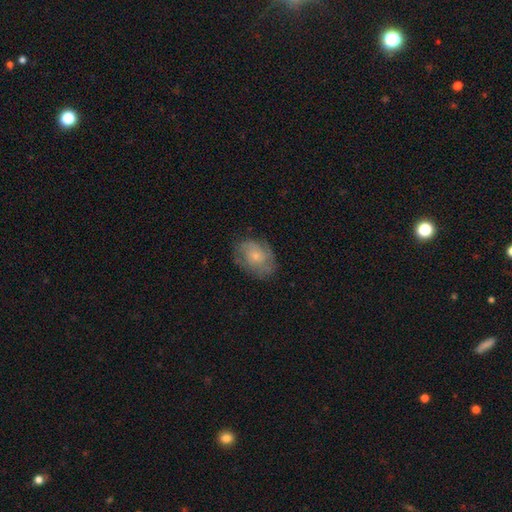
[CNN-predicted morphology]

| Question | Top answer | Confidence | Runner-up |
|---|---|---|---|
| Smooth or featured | smooth | 49% | featured or disk (43%) |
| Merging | none | 71% | minor disturbance (21%) |